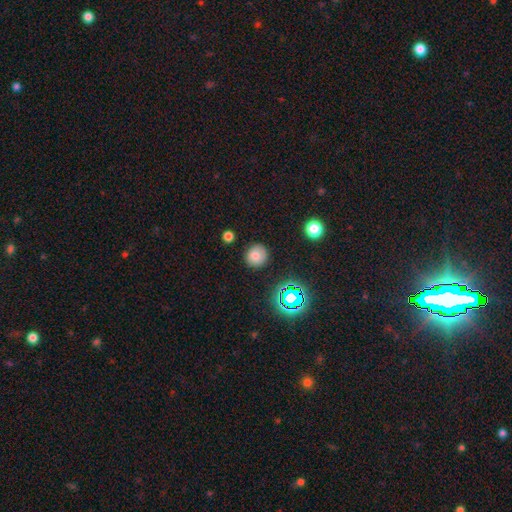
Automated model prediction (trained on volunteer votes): Smooth or featured?
  - smooth: 76% *
  - star or artifact: 16%
  - featured or disk: 8%
How rounded?
  - round: 92% *
  - in between: 7%
  - cigar-shaped: 1%
Merging?
  - none: 87% *
  - minor disturbance: 8%
  - major disturbance: 3%
  - merger: 2%